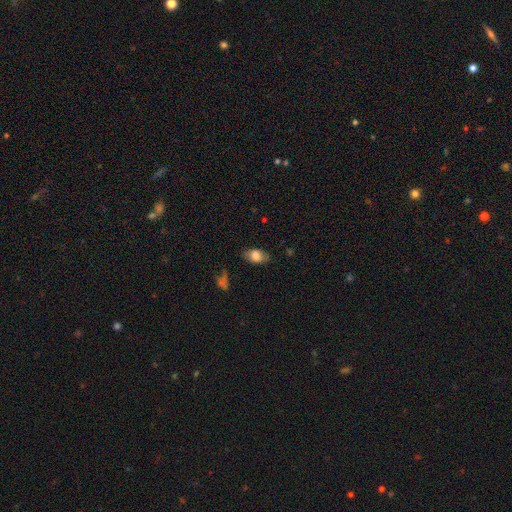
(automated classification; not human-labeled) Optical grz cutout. It shows a smooth galaxy with no disk features (72%) that is in between round and cigar-shaped (88%). Merging: none (72%).